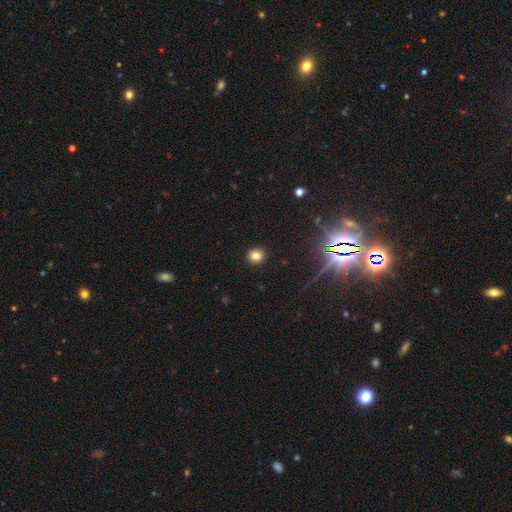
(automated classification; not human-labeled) Overall: smooth (82%). How rounded: round (81%). Merging: none (91%).